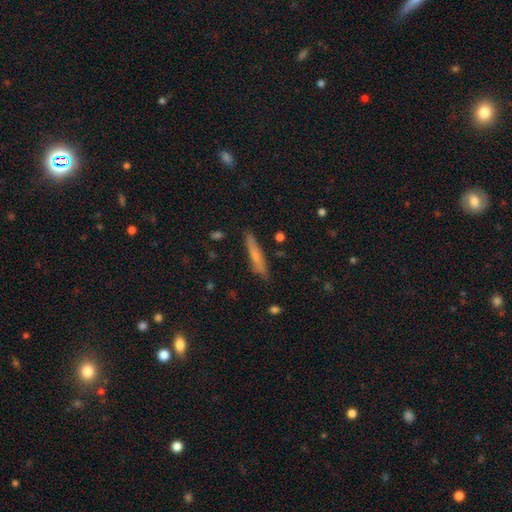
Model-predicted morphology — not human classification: type=smooth (62%); roundness=cigar-shaped (91%); merging=none (82%).